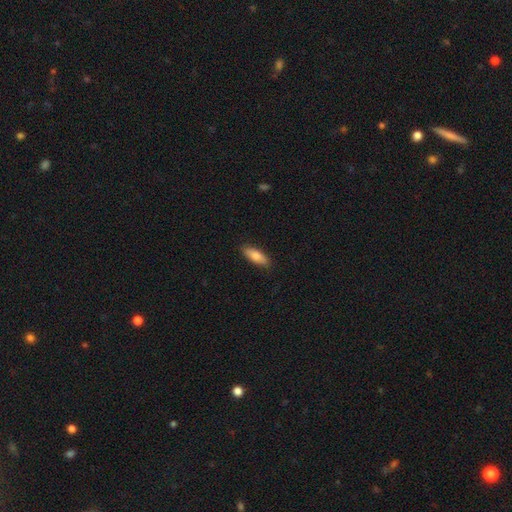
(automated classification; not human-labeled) This is clearly a smooth galaxy (81%). How rounded: likely in between (65%). Merging: clearly none (88%).